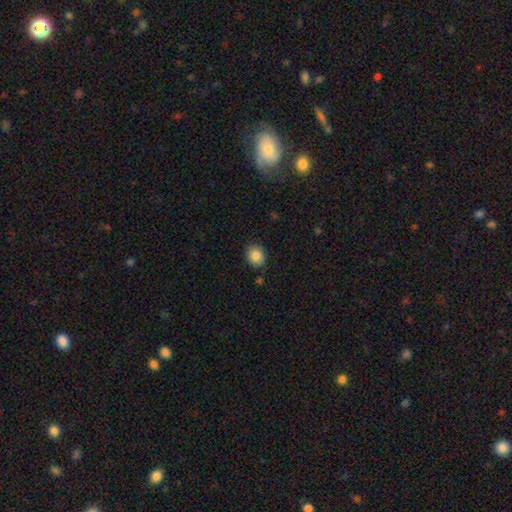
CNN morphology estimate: A smooth galaxy with no disk features (86%) that is round (63%). Merging: none (86%).